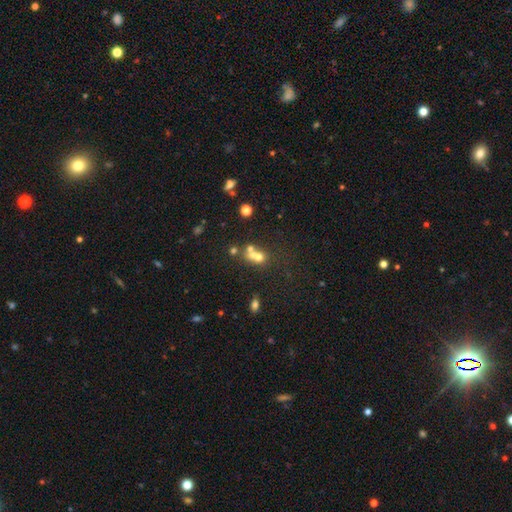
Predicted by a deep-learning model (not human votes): smooth-or-featured: smooth: 56% | featured or disk: 23% | star or artifact: 21%
  how-rounded: round: 69% | in between: 29% | cigar-shaped: 2%
  merging: merger: 53% | none: 32% | minor disturbance: 8% | major disturbance: 6%